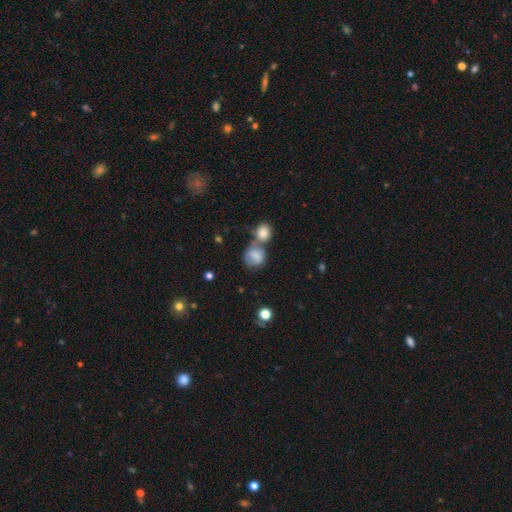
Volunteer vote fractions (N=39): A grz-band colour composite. It shows a smooth galaxy with no disk features (67%) that is round (81%). Merging: merger (42%).